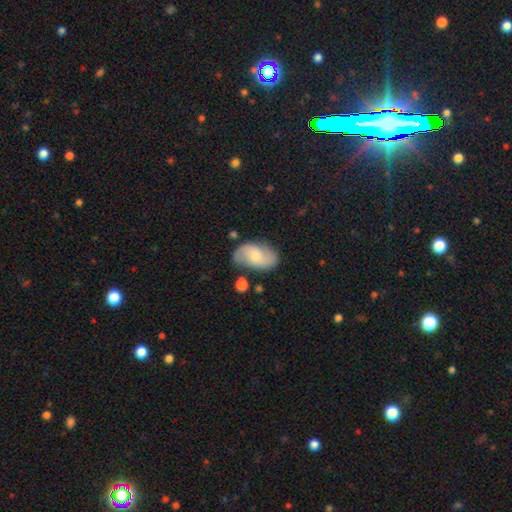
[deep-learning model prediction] A featured or disk galaxy (54%) with no bar (62%), spiral arms (86%) and a small central bulge (50%). Merging: none (71%).